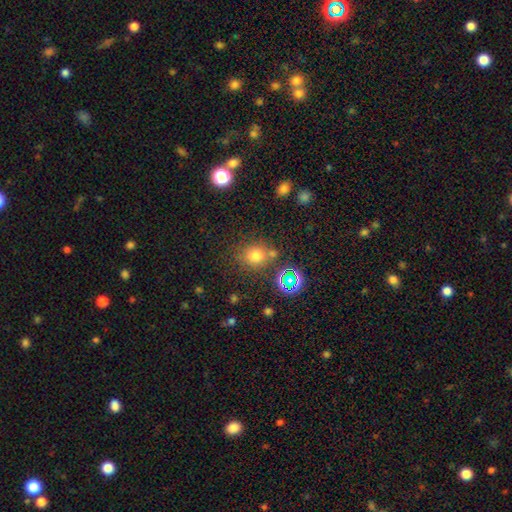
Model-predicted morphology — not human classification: smooth 70%, star or artifact 23%, featured or disk 8%. Down the decision tree: how rounded — round (79%); merging — none (73%).